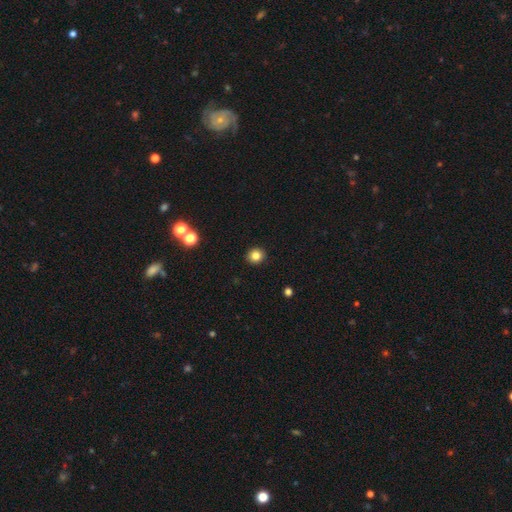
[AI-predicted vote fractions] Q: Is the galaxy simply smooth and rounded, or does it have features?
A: smooth — 82%.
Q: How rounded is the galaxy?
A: round — 89%.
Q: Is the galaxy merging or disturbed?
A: none — 92%.